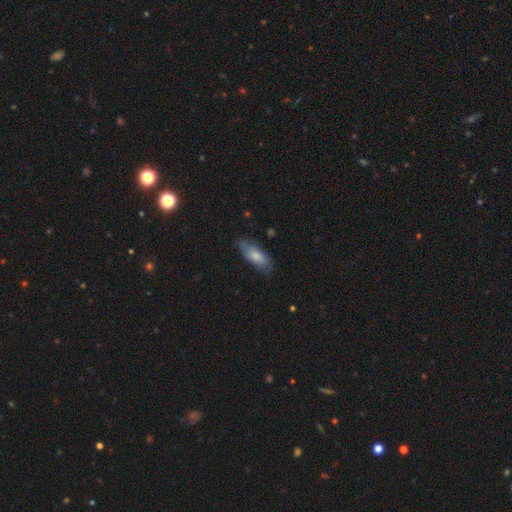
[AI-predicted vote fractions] Morphology: type=smooth (72%); roundness=in between (73%); merging=none (71%).